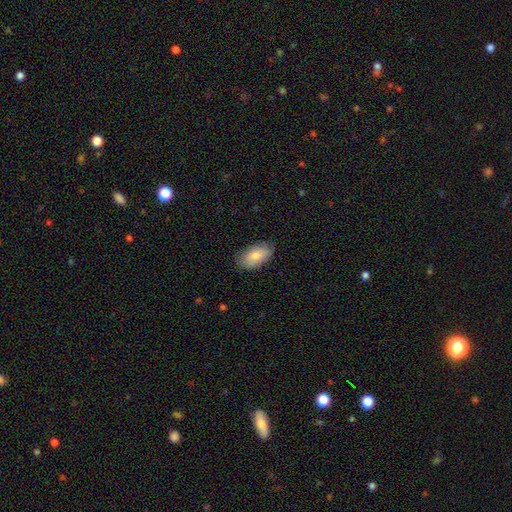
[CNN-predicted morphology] smooth_or_featured: smooth (p=0.79) [alt: featured or disk p=0.14]
how_rounded: in between (p=0.94) [alt: round p=0.04]
merging: none (p=0.81) [alt: minor disturbance p=0.15]